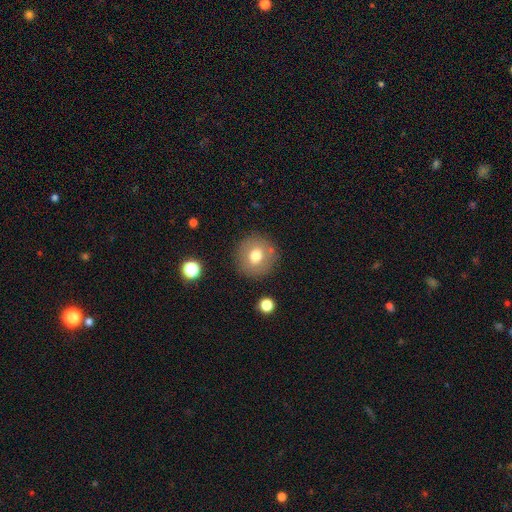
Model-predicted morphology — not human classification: Smooth or featured? smooth (72%)
How rounded? round (91%)
Merging? none (85%)